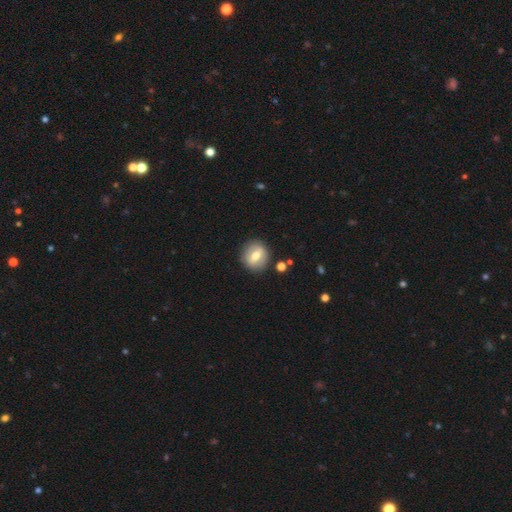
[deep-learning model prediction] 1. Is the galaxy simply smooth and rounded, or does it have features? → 54% smooth, 38% featured or disk, 8% star or artifact.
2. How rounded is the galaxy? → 79% round, 20% in between, 1% cigar-shaped.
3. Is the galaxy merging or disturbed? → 84% none, 10% minor disturbance, 3% major disturbance, 3% merger.